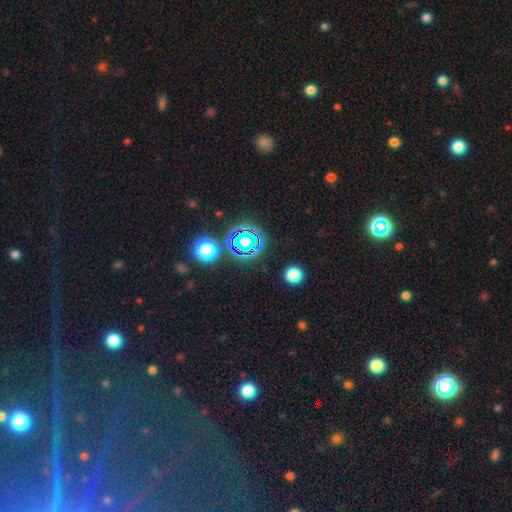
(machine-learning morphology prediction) Smooth or featured: star or artifact — 74% (smooth — 17%)